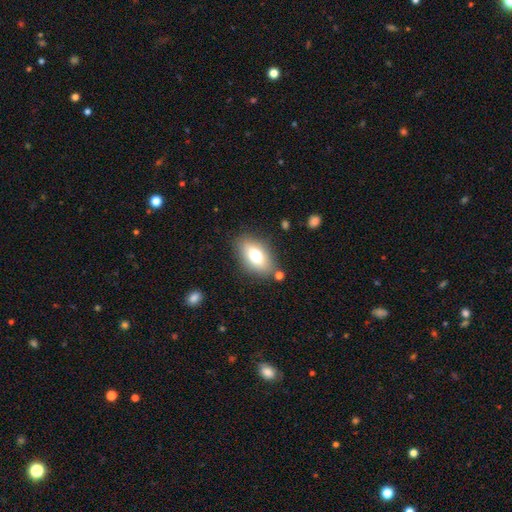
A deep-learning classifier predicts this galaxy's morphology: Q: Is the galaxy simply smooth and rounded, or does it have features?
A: smooth — 72%.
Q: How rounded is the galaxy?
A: in between — 89%.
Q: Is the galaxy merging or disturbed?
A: none — 81%.